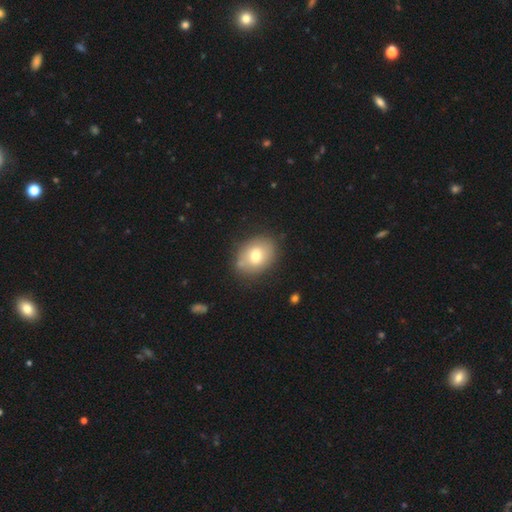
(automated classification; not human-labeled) Smooth or featured? smooth (72%)
How rounded? in between (63%)
Merging? none (77%)